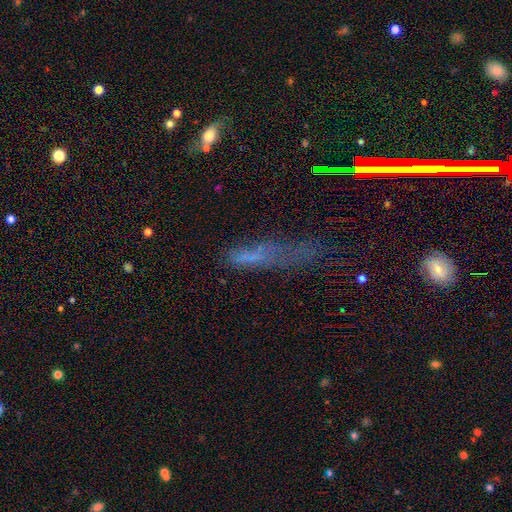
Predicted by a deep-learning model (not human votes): This is possibly a smooth galaxy (46%). Merging: marginally none (37%).